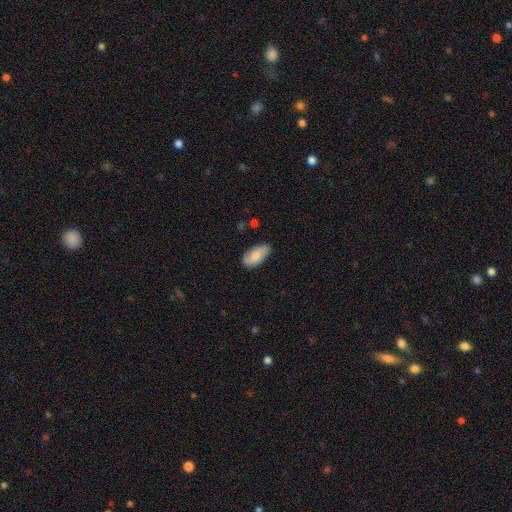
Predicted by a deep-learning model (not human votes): Smooth or featured? smooth (73%)
How rounded? in between (92%)
Merging? none (73%)